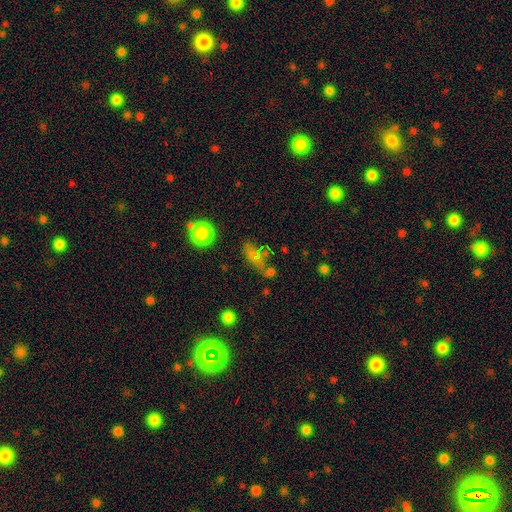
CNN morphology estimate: smooth 59%, star or artifact 23%, featured or disk 18%. Down the decision tree: how rounded — in between (62%); merging — none (54%).